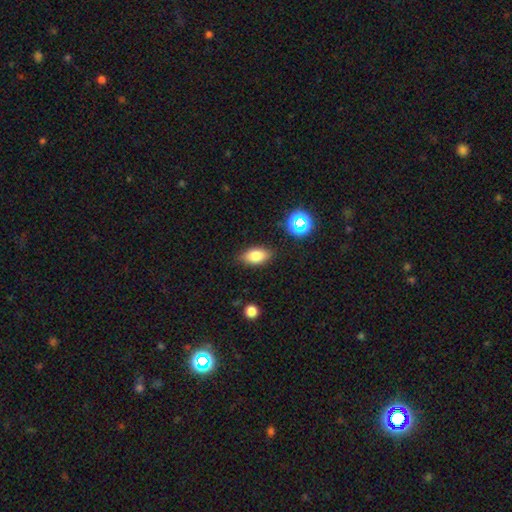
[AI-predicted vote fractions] Overall: smooth (82%). How rounded: in between (89%). Merging: none (83%).